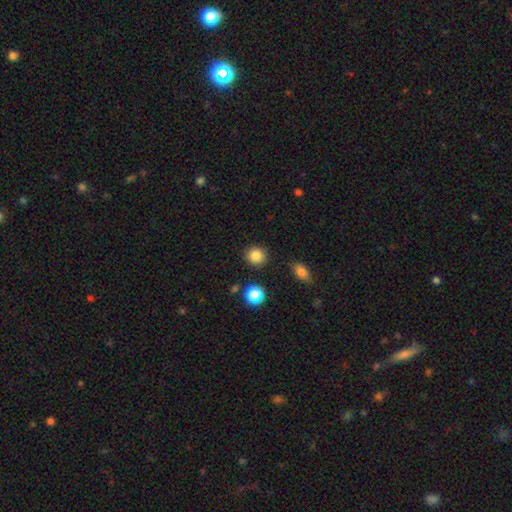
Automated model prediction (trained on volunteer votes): Smooth or featured: smooth — 85% (star or artifact — 11%)
How rounded: round — 91% (in between — 8%)
Merging: none — 89% (minor disturbance — 6%)